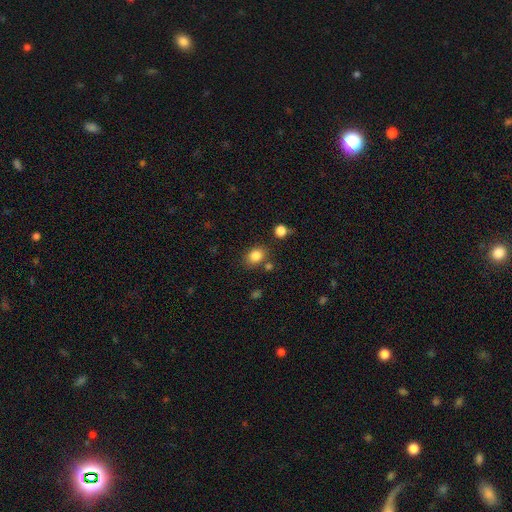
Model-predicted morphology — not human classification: smooth 83%, star or artifact 11%, featured or disk 6%. Down the decision tree: how rounded — in between (55%); merging — none (75%).